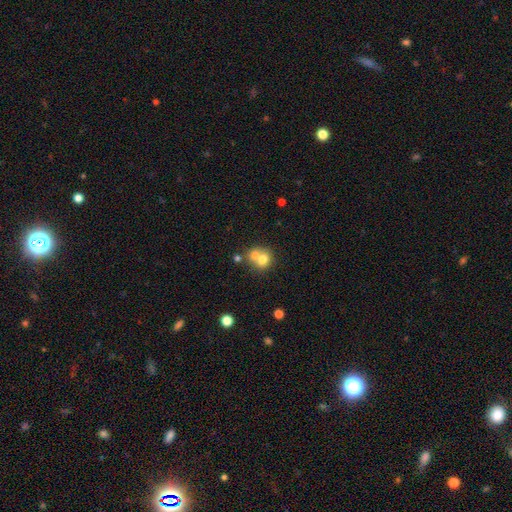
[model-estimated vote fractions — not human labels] Smooth or featured: smooth — 67% (featured or disk — 21%)
How rounded: round — 76% (in between — 23%)
Merging: merger — 58% (none — 32%)